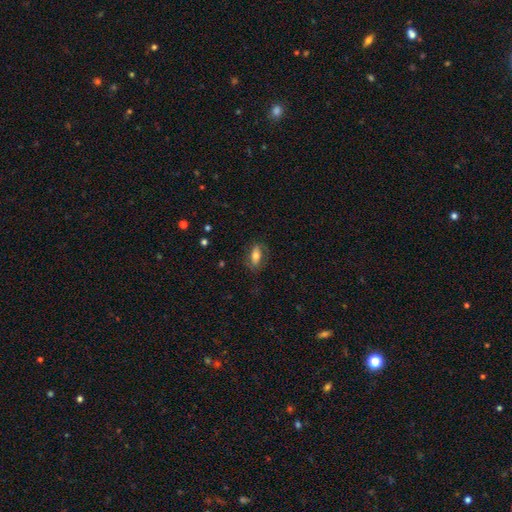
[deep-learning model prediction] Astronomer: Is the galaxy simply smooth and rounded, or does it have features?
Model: smooth — 63%.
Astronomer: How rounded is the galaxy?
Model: in between — 81%.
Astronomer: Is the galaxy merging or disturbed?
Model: none — 73%.